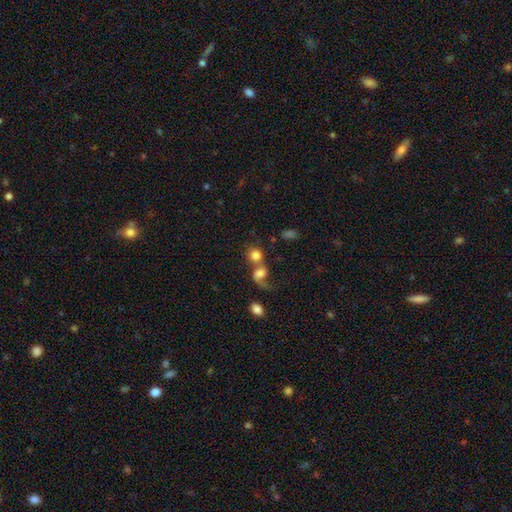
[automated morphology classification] This is likely a smooth galaxy (74%). How rounded: likely round (78%). Merging: possibly merger (59%).